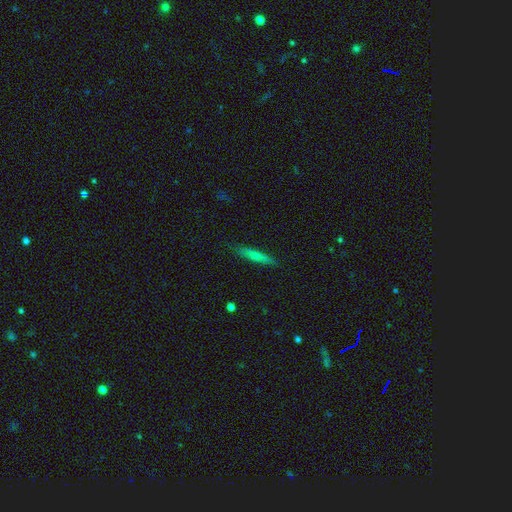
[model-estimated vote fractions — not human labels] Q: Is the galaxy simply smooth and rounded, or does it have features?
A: smooth — 72%.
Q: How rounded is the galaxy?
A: cigar-shaped — 90%.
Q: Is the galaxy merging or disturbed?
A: none — 85%.